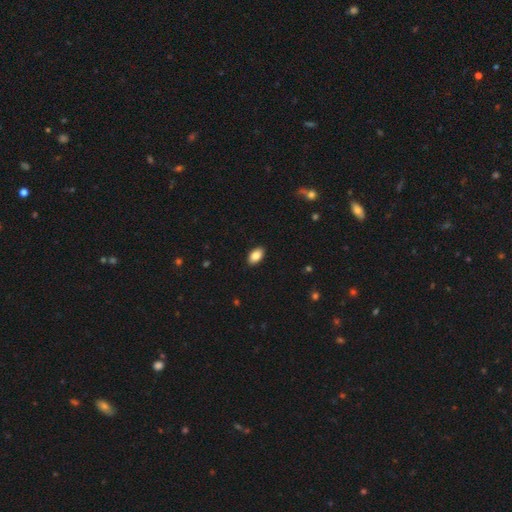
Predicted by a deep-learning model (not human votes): Morphology: type=smooth (86%); roundness=in between (93%); merging=none (90%).